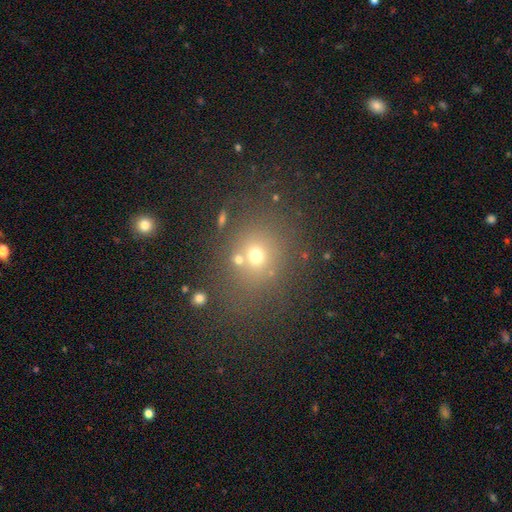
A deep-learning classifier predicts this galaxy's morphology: Smooth or featured: smooth — 65% (star or artifact — 22%)
How rounded: round — 74% (in between — 24%)
Merging: none — 71% (minor disturbance — 12%)